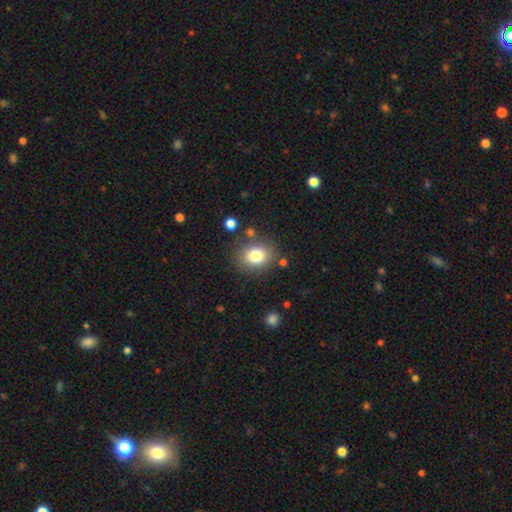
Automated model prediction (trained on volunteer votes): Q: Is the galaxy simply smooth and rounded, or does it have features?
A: smooth — 80%.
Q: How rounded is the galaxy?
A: round — 59%.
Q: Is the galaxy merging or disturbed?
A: none — 81%.